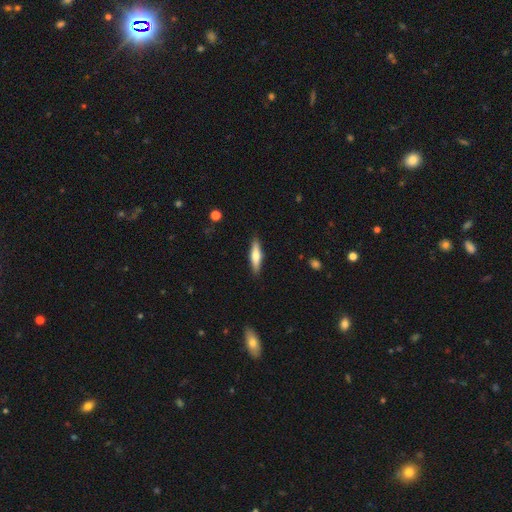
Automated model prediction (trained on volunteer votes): This is possibly a smooth galaxy (58%). How rounded: likely cigar-shaped (74%). Merging: clearly none (89%).